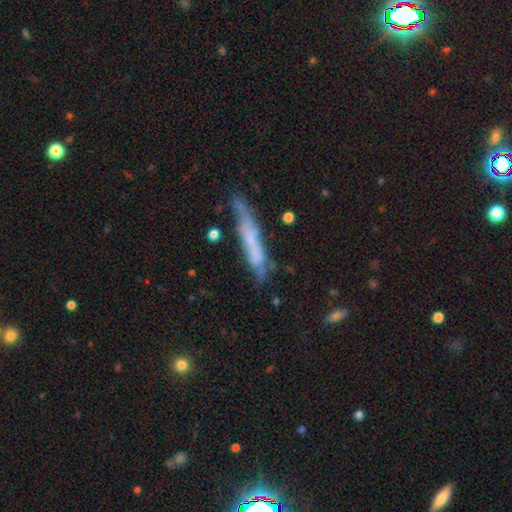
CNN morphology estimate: smooth-or-featured: smooth: 53% | featured or disk: 38% | star or artifact: 9%
  how-rounded: cigar-shaped: 81% | in between: 16% | round: 3%
  merging: none: 46% | minor disturbance: 26% | major disturbance: 17% | merger: 11%